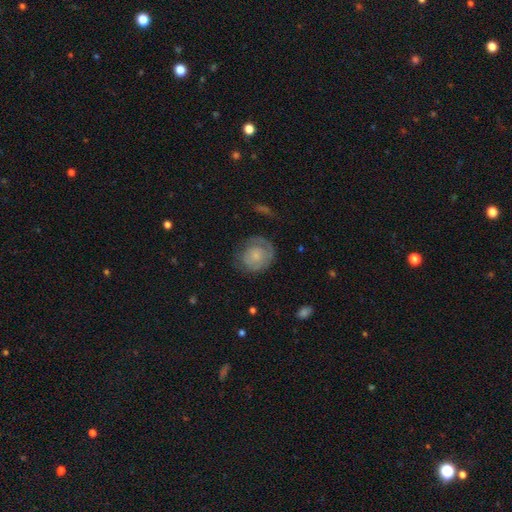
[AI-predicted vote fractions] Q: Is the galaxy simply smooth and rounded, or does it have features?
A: smooth — 49%.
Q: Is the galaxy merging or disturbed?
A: none — 60%.